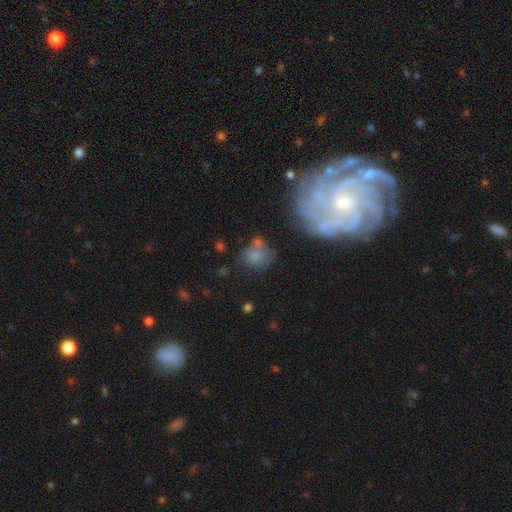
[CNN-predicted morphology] Smooth or featured? Predicted: smooth (p=0.68). How rounded? Predicted: round (p=0.61). Merging? Predicted: none (p=0.43).